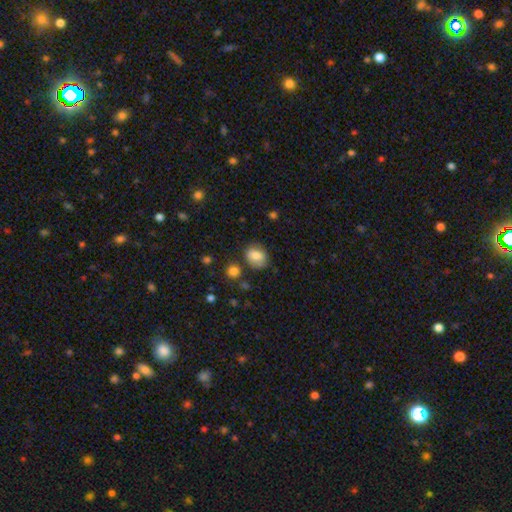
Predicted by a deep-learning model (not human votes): smooth_or_featured: smooth (p=0.79) [alt: featured or disk p=0.13]
how_rounded: in between (p=0.53) [alt: round p=0.46]
merging: none (p=0.68) [alt: minor disturbance p=0.20]